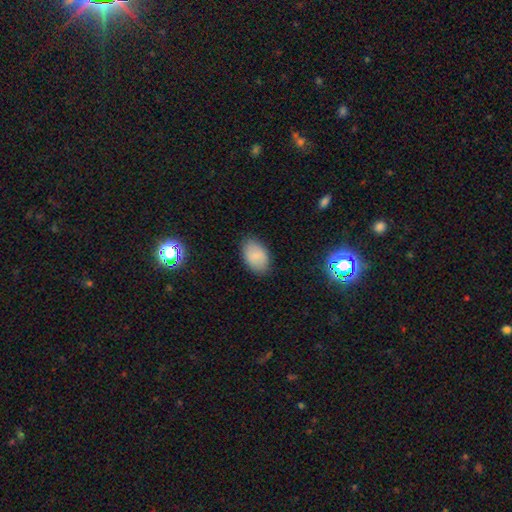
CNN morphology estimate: Smooth or featured?
  - smooth: 81% *
  - featured or disk: 11%
  - star or artifact: 8%
How rounded?
  - in between: 90% *
  - round: 8%
  - cigar-shaped: 1%
Merging?
  - none: 84% *
  - minor disturbance: 12%
  - major disturbance: 3%
  - merger: 1%